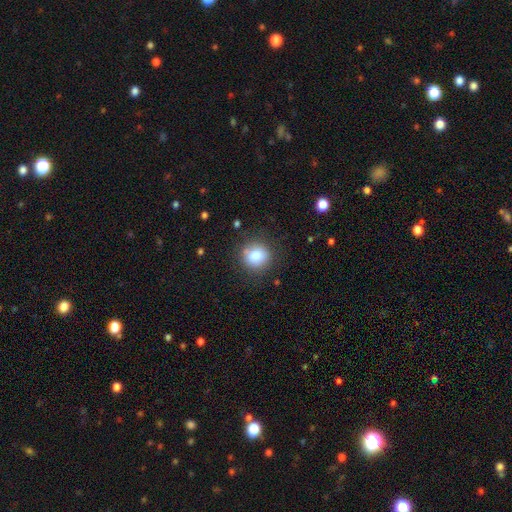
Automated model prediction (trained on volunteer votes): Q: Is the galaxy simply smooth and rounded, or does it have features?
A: smooth — 80%.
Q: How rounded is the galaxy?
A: round — 89%.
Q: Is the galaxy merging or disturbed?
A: none — 81%.